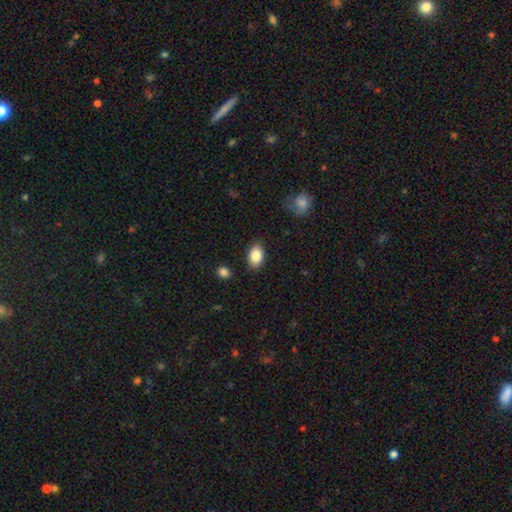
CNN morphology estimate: Smooth or featured? Predicted: smooth (p=0.87). How rounded? Predicted: in between (p=0.84). Merging? Predicted: none (p=0.84).